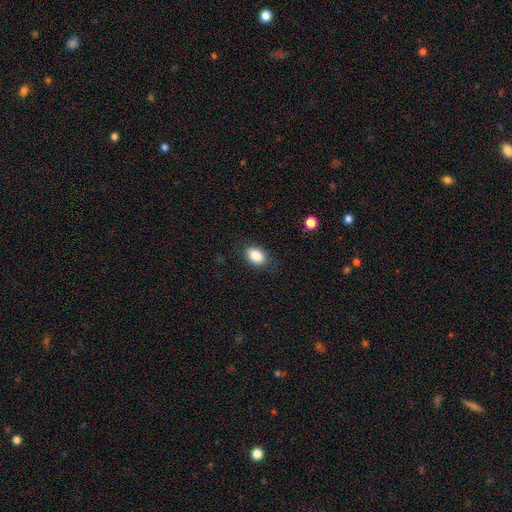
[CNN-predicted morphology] This is clearly a smooth galaxy (87%). How rounded: clearly in between (83%). Merging: clearly none (81%).